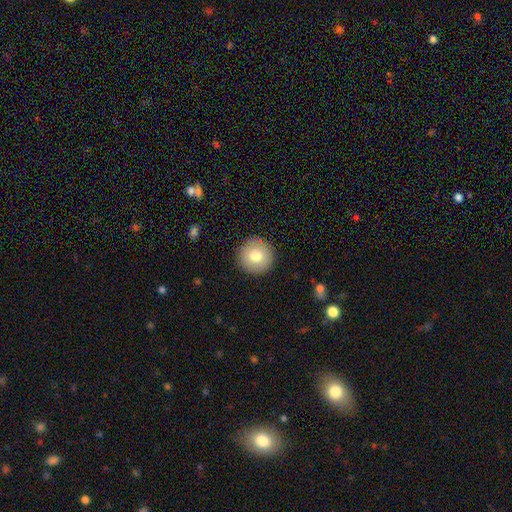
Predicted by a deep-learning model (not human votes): Smooth or featured? smooth (76%)
How rounded? round (96%)
Merging? none (92%)